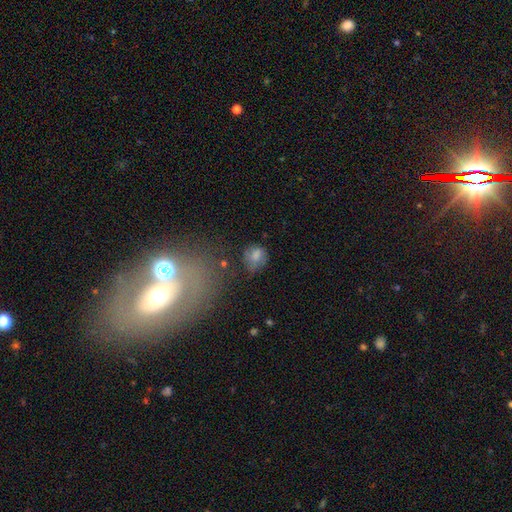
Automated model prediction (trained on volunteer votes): Morphology: type=smooth (76%); roundness=round (63%); merging=none (55%).